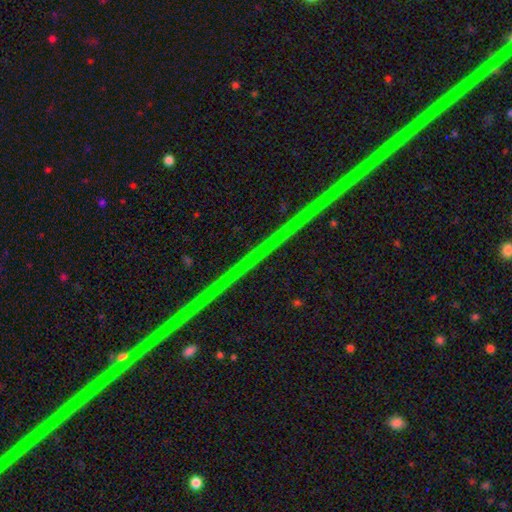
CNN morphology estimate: Smooth or featured? Predicted: star or artifact (p=0.86).